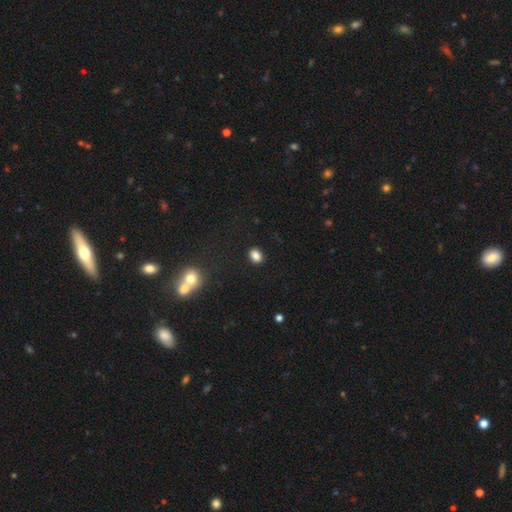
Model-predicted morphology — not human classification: This appears to be a smooth galaxy with no disk features (85%) that is in between round and cigar-shaped (66%). Merging: none (88%).